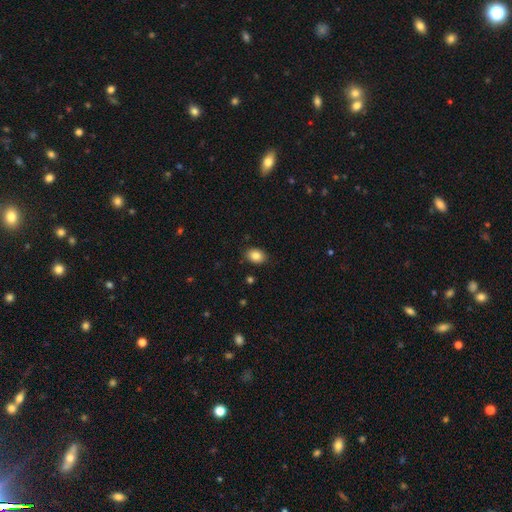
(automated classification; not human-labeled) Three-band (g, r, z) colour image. It shows a smooth galaxy with no disk features (86%) that is in between round and cigar-shaped (70%). Merging: none (87%).